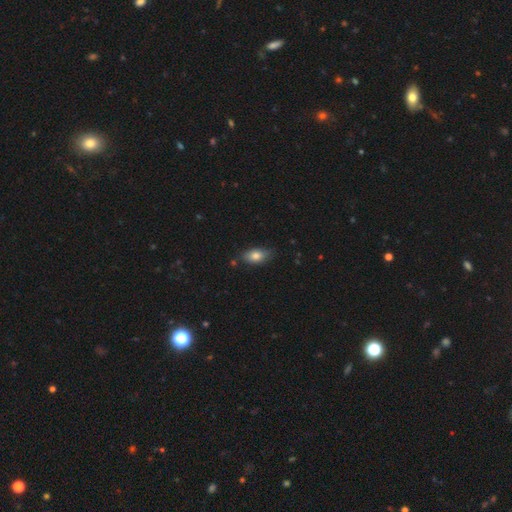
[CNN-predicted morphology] Overall: smooth (80%). How rounded: in between (89%). Merging: none (77%).